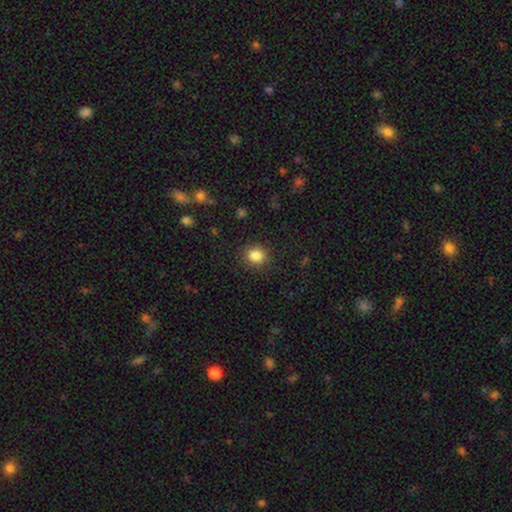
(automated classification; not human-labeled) Morphology: type=smooth (85%); roundness=round (66%); merging=none (84%).